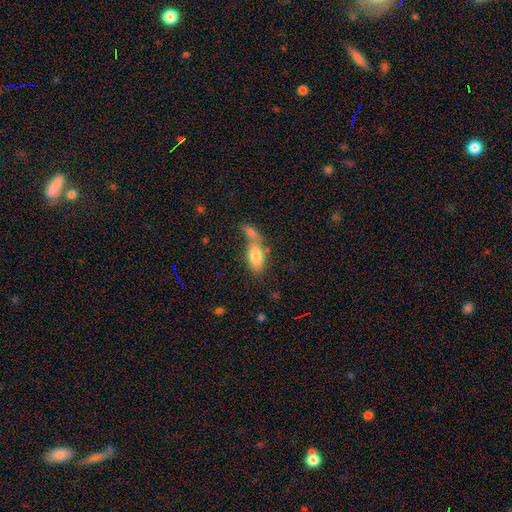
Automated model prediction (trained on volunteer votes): smooth_or_featured: smooth (p=0.78) [alt: featured or disk p=0.14]
how_rounded: in between (p=0.88) [alt: cigar-shaped p=0.07]
merging: merger (p=0.50) [alt: none p=0.32]